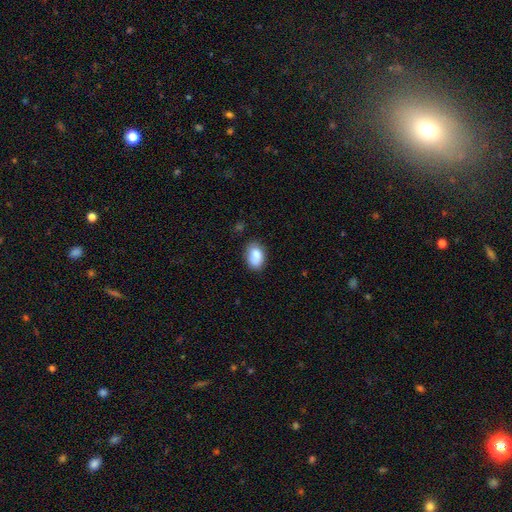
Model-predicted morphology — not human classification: smooth_or_featured: smooth (p=0.87) [alt: star or artifact p=0.07]
how_rounded: in between (p=0.86) [alt: round p=0.13]
merging: none (p=0.79) [alt: minor disturbance p=0.16]